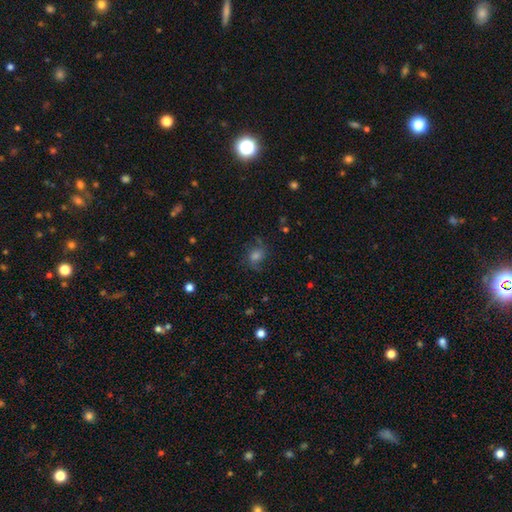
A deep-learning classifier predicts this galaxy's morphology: Smooth or featured? Predicted: featured or disk (p=0.38). Merging? Predicted: none (p=0.73).